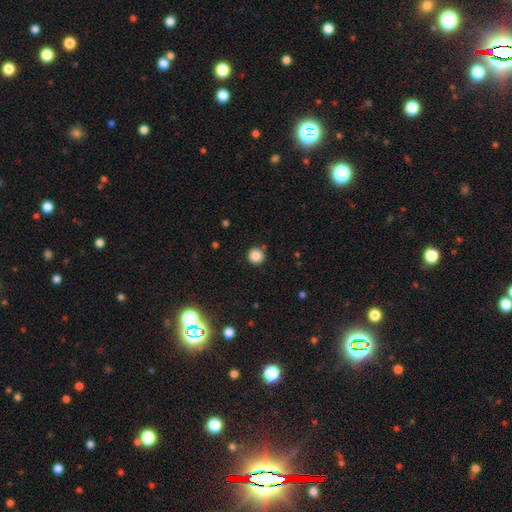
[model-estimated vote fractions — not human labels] This is clearly a smooth galaxy (85%). How rounded: clearly round (95%). Merging: clearly none (89%).